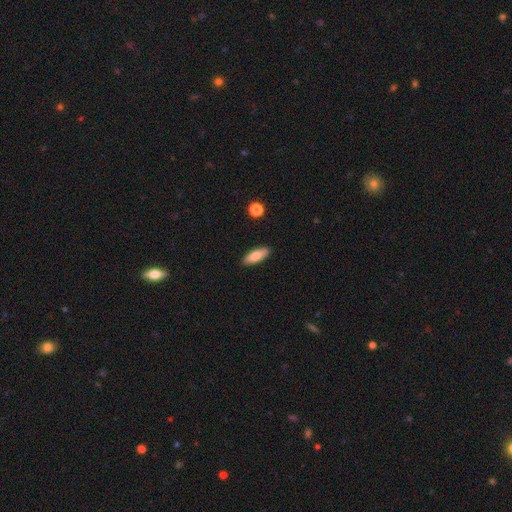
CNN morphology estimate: Smooth or featured: smooth — 81% (featured or disk — 13%)
How rounded: in between — 60% (cigar-shaped — 38%)
Merging: none — 89% (minor disturbance — 8%)